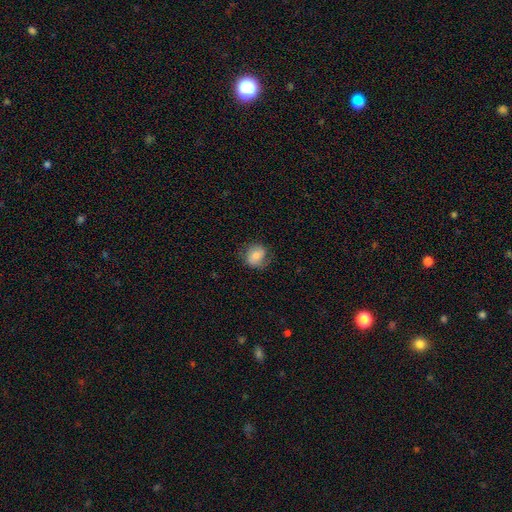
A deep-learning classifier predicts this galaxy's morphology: Smooth or featured? smooth (70%)
How rounded? round (68%)
Merging? none (71%)